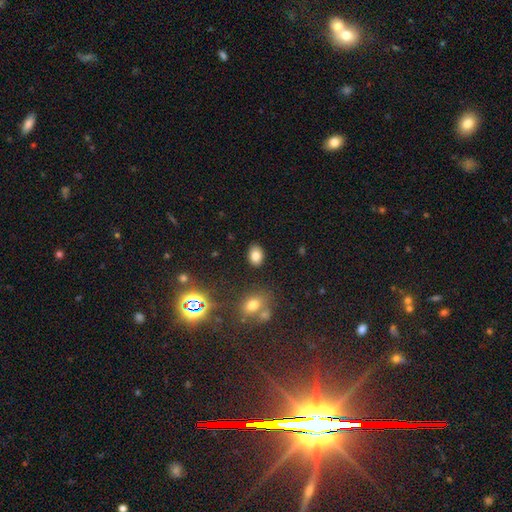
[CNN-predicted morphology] Smooth or featured: smooth — 80% (star or artifact — 12%)
How rounded: in between — 71% (round — 27%)
Merging: none — 87% (minor disturbance — 8%)